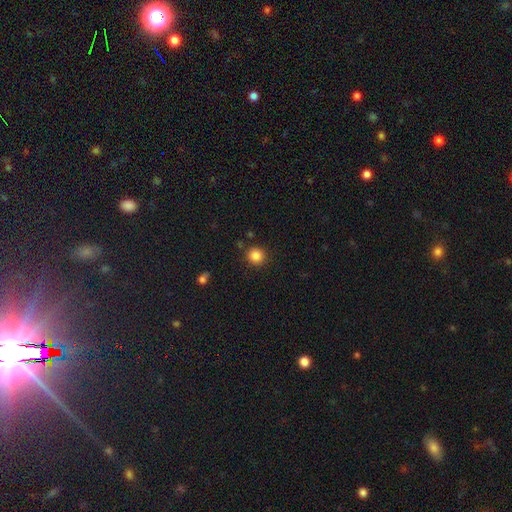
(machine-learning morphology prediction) Smooth or featured? Predicted: smooth (p=0.85). How rounded? Predicted: round (p=0.92). Merging? Predicted: none (p=0.88).